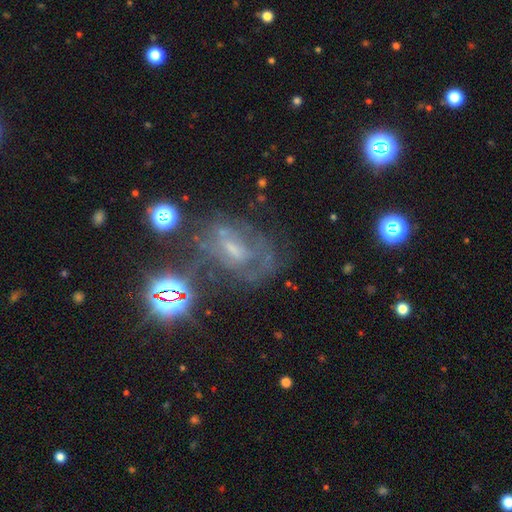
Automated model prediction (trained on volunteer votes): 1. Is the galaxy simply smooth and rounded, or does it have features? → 63% featured or disk, 22% star or artifact, 14% smooth.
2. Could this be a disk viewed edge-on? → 94% no, 6% yes.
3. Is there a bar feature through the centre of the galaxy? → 45% weak, 36% no, 19% strong.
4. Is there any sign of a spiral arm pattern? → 82% yes, 18% no.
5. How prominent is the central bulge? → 64% small, 27% moderate, 5% none, 2% large, 1% dominant.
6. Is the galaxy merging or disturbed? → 63% none, 18% minor disturbance, 12% major disturbance, 7% merger.